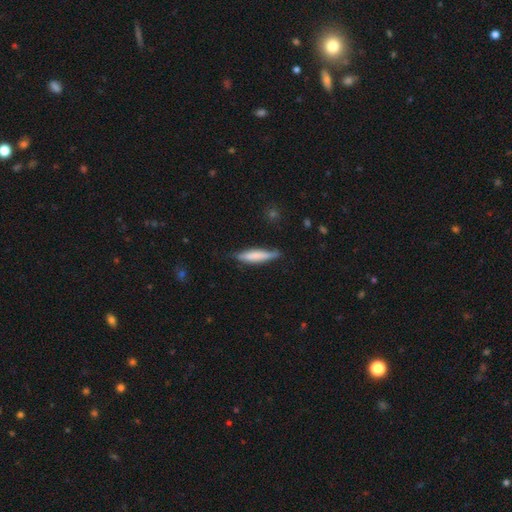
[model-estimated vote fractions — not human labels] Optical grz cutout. It shows a smooth galaxy with no disk features (68%) that is cigar-shaped (83%). Merging: none (72%).